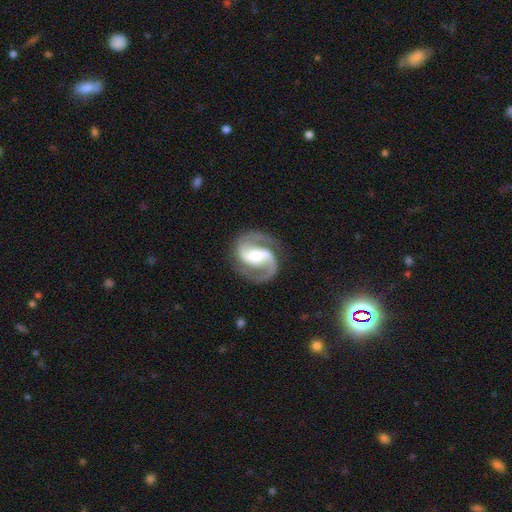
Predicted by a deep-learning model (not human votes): A featured or disk galaxy (92%) with a strong bar (43%), 2 (94%) medium (62%) spiral arms (98%) and a moderate central bulge (61%).

Vote fractions:
- Smooth or featured? featured or disk: 92% / smooth: 4% / star or artifact: 4%
- Edge-on disk? no: 98% / yes: 2%
- Bar? strong: 43% / weak: 37% / no: 19%
- Spiral arms? yes: 98% / no: 2%
- Spiral winding? medium: 62% / tight: 20% / loose: 18%
- Spiral arm count? 2: 94% / 1: 2% / can't tell: 2% / 3: 1% / 4: 1% / more than 4: 1%
- Bulge size? moderate: 61% / small: 24% / large: 11% / none: 2% / dominant: 1%
- Merging? none: 83% / minor disturbance: 11% / major disturbance: 5% / merger: 1%